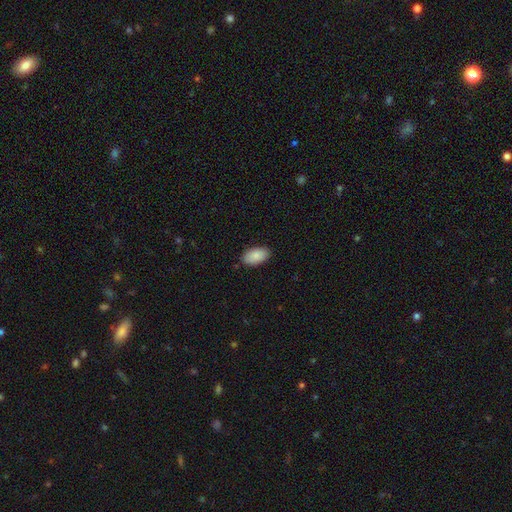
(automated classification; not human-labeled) This is clearly a smooth galaxy (88%). How rounded: clearly in between (95%). Merging: clearly none (87%).